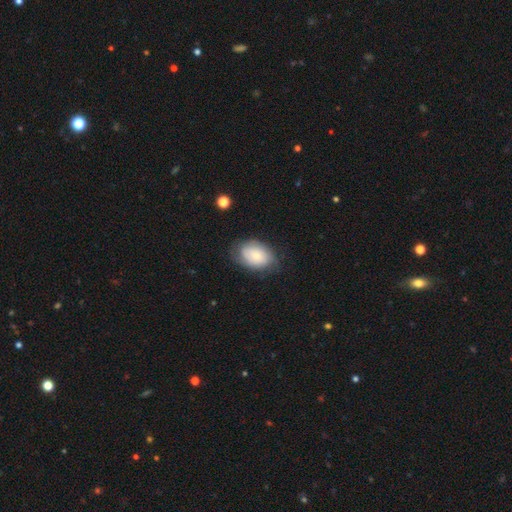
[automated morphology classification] Q: Smooth or featured?
A: smooth (60%); runner-up: featured or disk (33%)
Q: How rounded?
A: in between (83%); runner-up: round (16%)
Q: Merging?
A: none (67%); runner-up: minor disturbance (23%)